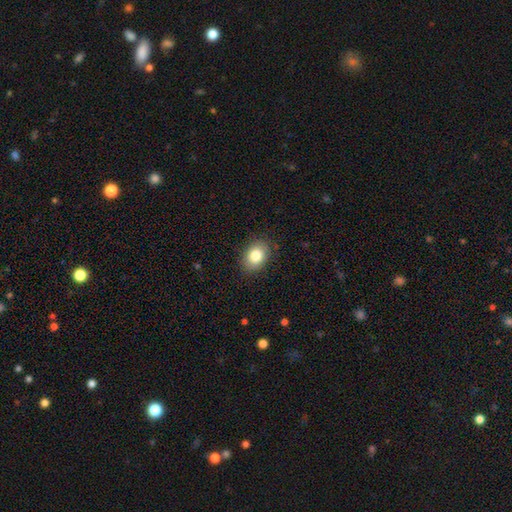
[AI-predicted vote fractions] A smooth galaxy with no disk features (82%) that is in between round and cigar-shaped (72%).

Vote fractions:
- Smooth or featured? smooth: 82% / featured or disk: 9% / star or artifact: 9%
- How rounded? in between: 72% / round: 27% / cigar-shaped: 1%
- Merging? none: 87% / minor disturbance: 9% / major disturbance: 2% / merger: 1%